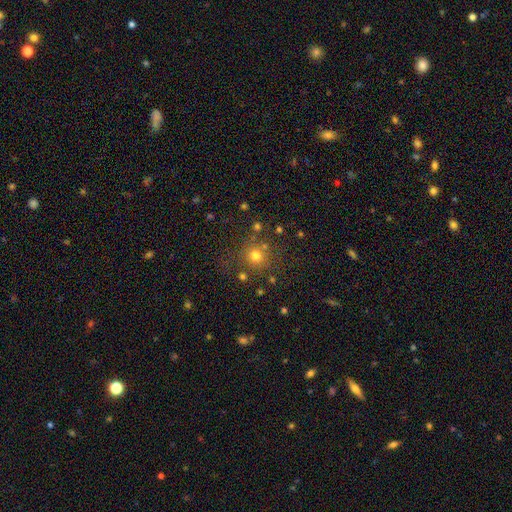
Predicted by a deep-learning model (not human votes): smooth-or-featured: smooth: 73% | star or artifact: 19% | featured or disk: 8%
  how-rounded: round: 92% | in between: 7% | cigar-shaped: 1%
  merging: none: 78% | minor disturbance: 10% | merger: 7% | major disturbance: 5%